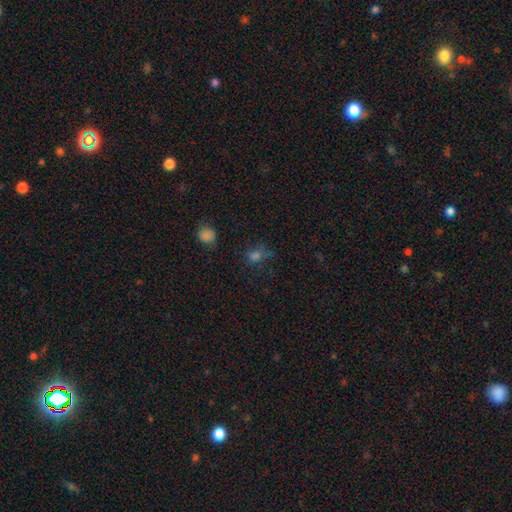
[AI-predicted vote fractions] A smooth galaxy with no disk features (60%) that is round (67%). Merging: none (57%).